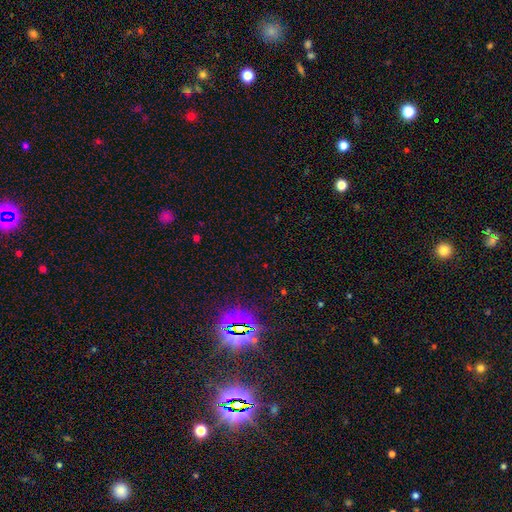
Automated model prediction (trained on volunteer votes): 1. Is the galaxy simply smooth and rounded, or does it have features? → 72% star or artifact, 20% smooth, 8% featured or disk.